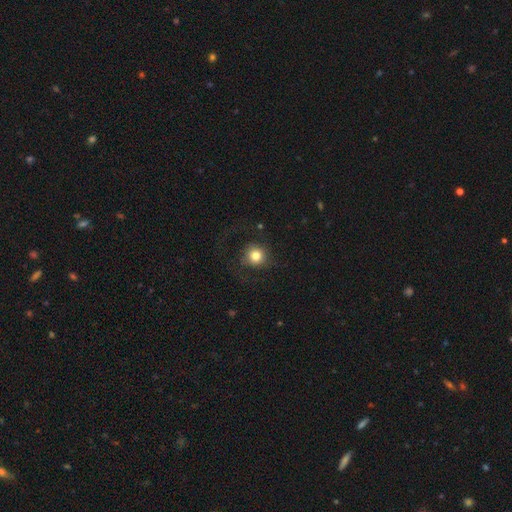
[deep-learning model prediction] Smooth or featured? smooth (78%)
How rounded? round (93%)
Merging? none (71%)